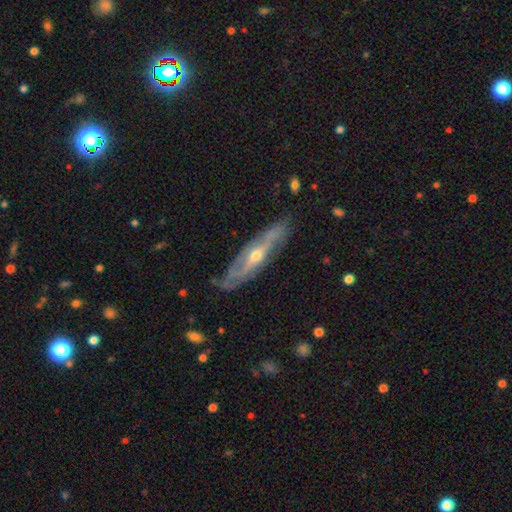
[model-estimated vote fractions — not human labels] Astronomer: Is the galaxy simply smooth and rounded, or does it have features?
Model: featured or disk — 77%.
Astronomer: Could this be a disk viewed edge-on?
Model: no — 56% (runner-up: yes, 44%).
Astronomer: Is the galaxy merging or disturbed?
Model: none — 72%.